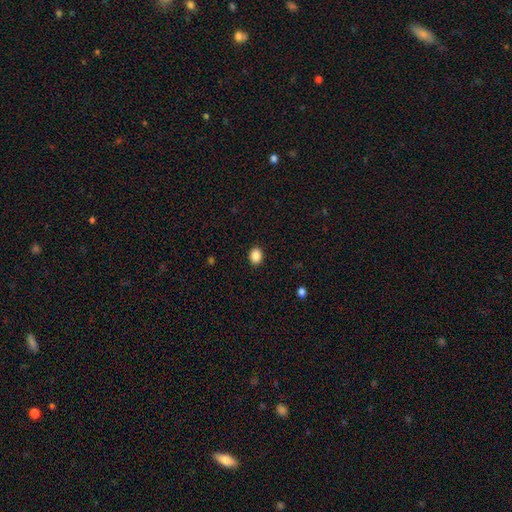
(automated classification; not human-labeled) smooth-or-featured: smooth: 88% | star or artifact: 9% | featured or disk: 3%
  how-rounded: in between: 54% | round: 45% | cigar-shaped: 1%
  merging: none: 90% | minor disturbance: 7% | major disturbance: 2% | merger: 1%